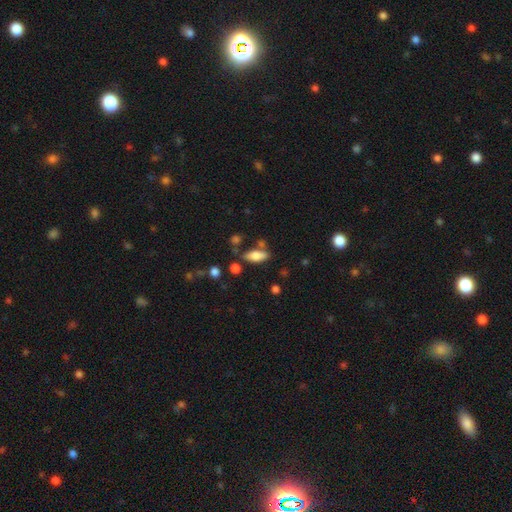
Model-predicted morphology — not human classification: This appears to be a smooth galaxy with no disk features (72%) that is in between round and cigar-shaped (79%). Merging: none (68%).